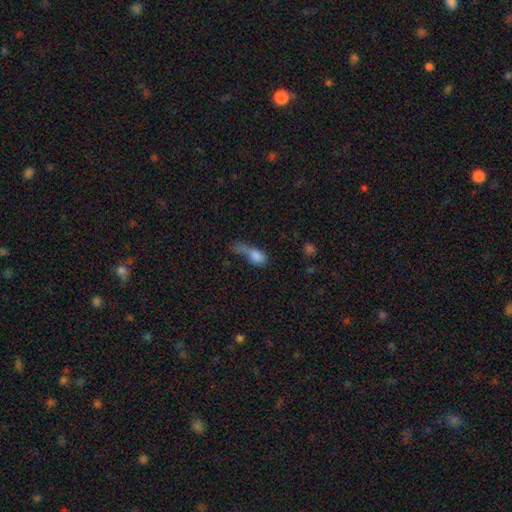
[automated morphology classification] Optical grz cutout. It shows a smooth galaxy with no disk features (75%) that is in between round and cigar-shaped (74%). Merging: major disturbance (38%).